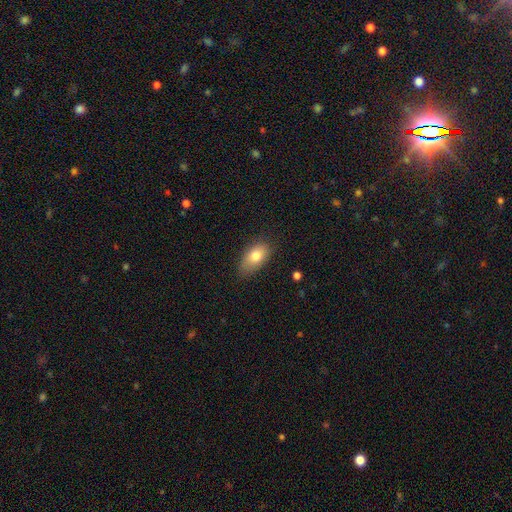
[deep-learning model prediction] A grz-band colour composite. It shows a smooth galaxy with no disk features (78%) that is in between round and cigar-shaped (90%). Merging: none (74%).